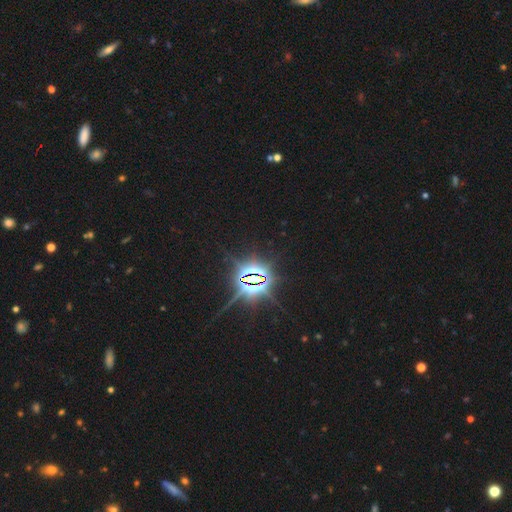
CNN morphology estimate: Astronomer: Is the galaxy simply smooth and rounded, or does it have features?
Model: star or artifact — 87%.